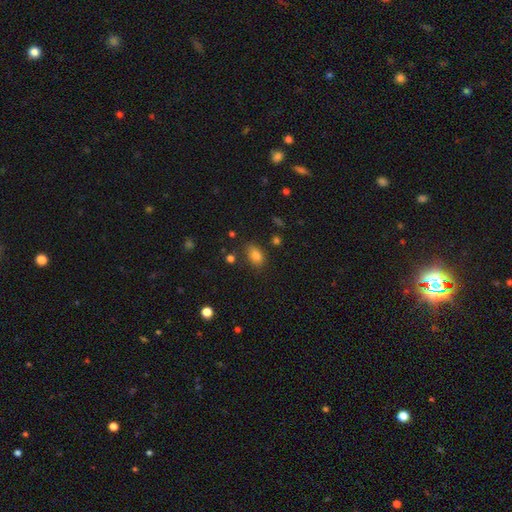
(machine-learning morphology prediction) type=smooth (80%); roundness=in between (81%); merging=none (77%).